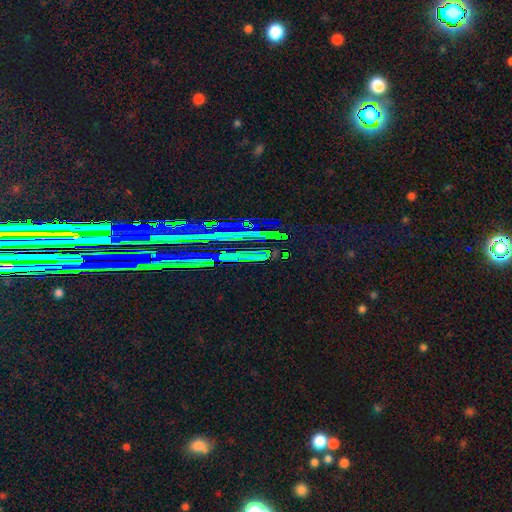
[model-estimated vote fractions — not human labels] The model was most divided on "smooth or featured": star or artifact: 83%, featured or disk: 9%, smooth: 8%.